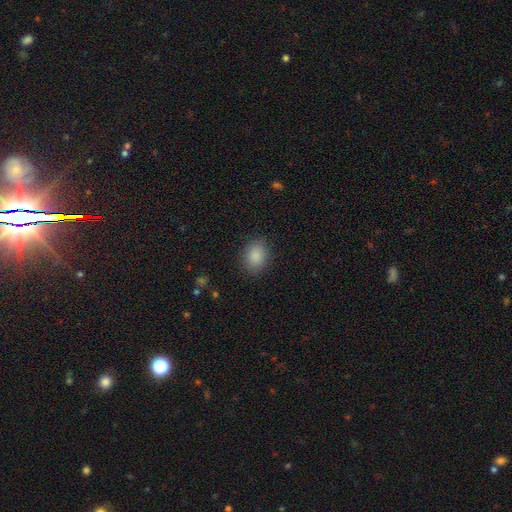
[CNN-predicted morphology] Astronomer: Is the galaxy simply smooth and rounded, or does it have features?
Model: smooth — 88%.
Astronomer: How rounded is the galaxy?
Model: in between — 63%.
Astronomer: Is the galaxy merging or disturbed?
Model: none — 87%.